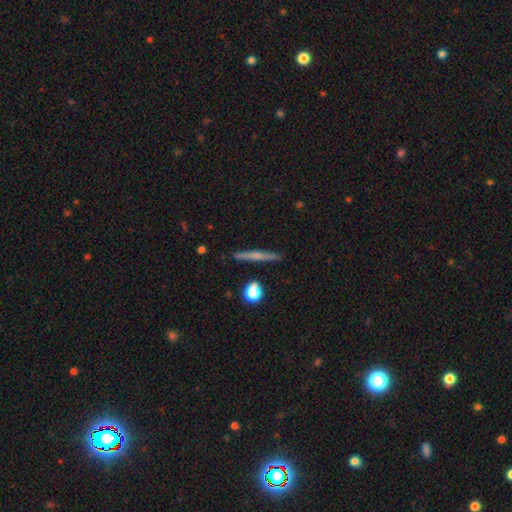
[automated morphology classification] The model was most divided on "smooth or featured": smooth: 47%, featured or disk: 45%, star or artifact: 8%. More confident: merging — none (89%).